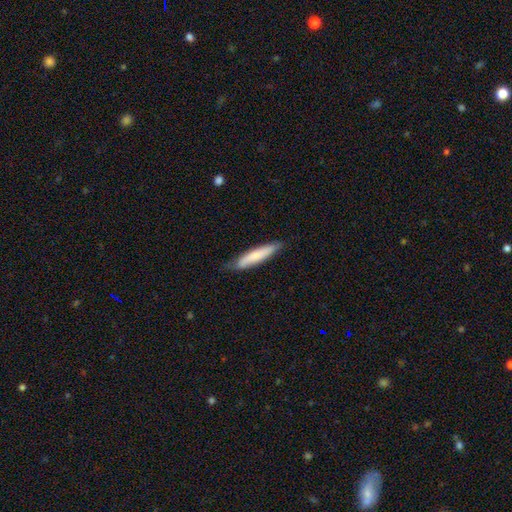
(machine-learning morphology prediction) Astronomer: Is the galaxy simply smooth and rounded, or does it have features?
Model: smooth — 72%.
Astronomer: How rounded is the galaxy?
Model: cigar-shaped — 87%.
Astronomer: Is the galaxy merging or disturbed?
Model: none — 76%.